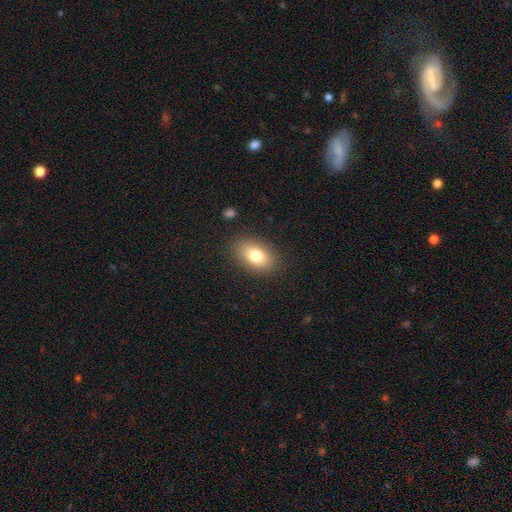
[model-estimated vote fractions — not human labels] Q: Smooth or featured?
A: smooth (78%); runner-up: featured or disk (12%)
Q: How rounded?
A: in between (87%); runner-up: round (12%)
Q: Merging?
A: none (87%); runner-up: minor disturbance (9%)